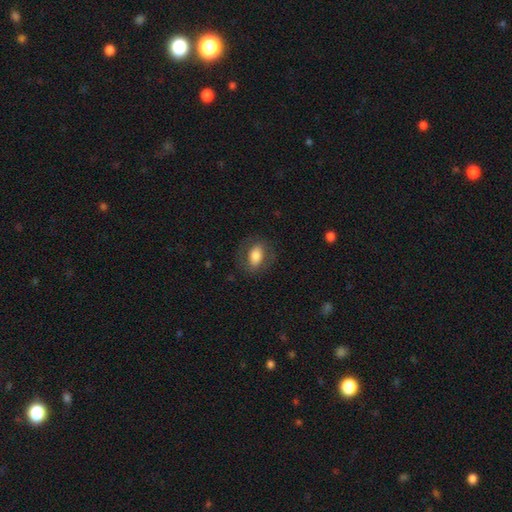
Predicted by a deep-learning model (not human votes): Smooth or featured? smooth (69%)
How rounded? in between (83%)
Merging? none (77%)